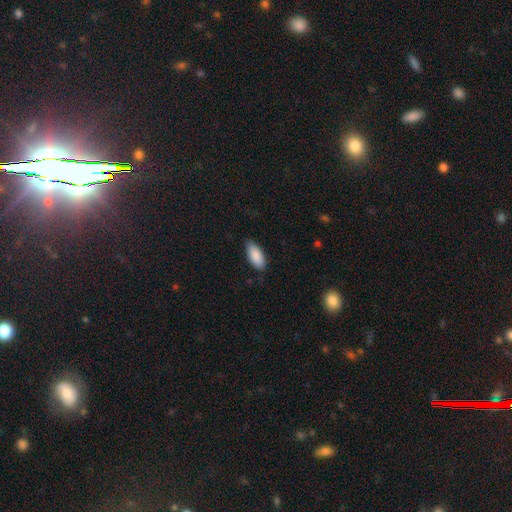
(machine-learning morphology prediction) This appears to be a smooth galaxy with no disk features (90%) that is in between round and cigar-shaped (90%). Merging: none (83%).